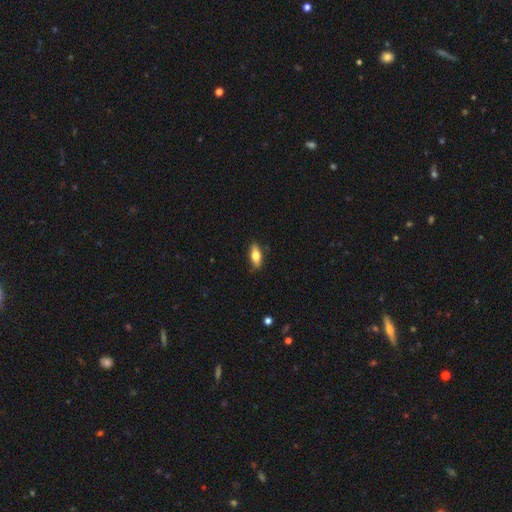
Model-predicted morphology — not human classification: This appears to be a smooth galaxy with no disk features (70%) that is in between round and cigar-shaped (79%). Merging: none (85%).